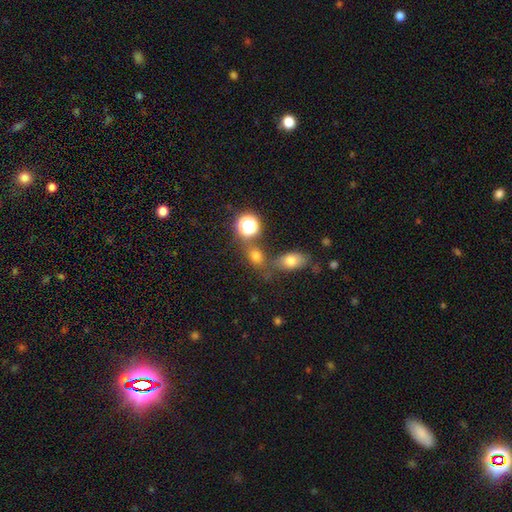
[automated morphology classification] Overall: smooth (71%). How rounded: in between (61%; round 36%). Merging: none (59%; merger 23%).